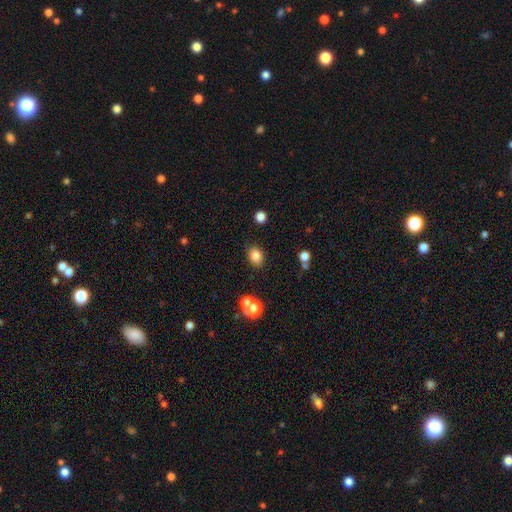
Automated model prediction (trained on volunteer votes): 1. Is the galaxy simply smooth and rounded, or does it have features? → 83% smooth, 11% star or artifact, 6% featured or disk.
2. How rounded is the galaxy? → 70% in between, 29% round, 1% cigar-shaped.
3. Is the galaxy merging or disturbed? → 79% none, 13% minor disturbance, 4% merger, 4% major disturbance.